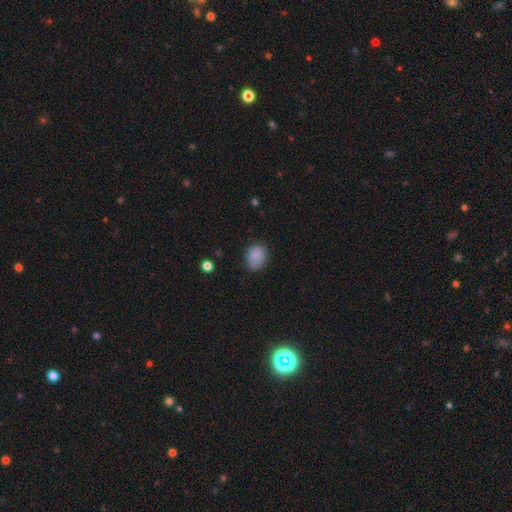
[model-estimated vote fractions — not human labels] This appears to be a smooth galaxy with no disk features (83%) that is in between round and cigar-shaped (52%). Merging: none (67%).